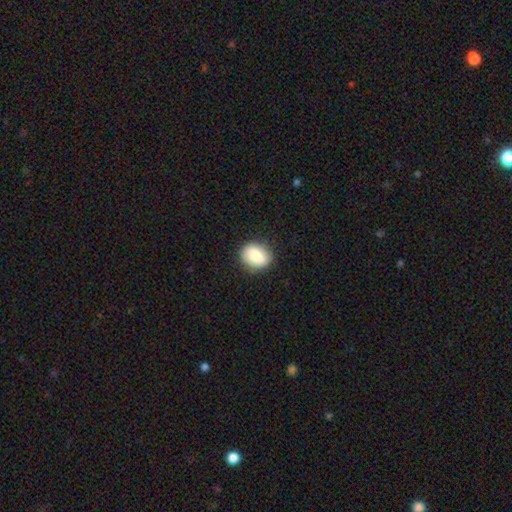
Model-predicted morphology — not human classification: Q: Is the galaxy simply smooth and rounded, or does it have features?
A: smooth — 83%.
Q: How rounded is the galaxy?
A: in between — 56%.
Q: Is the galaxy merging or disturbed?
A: none — 83%.